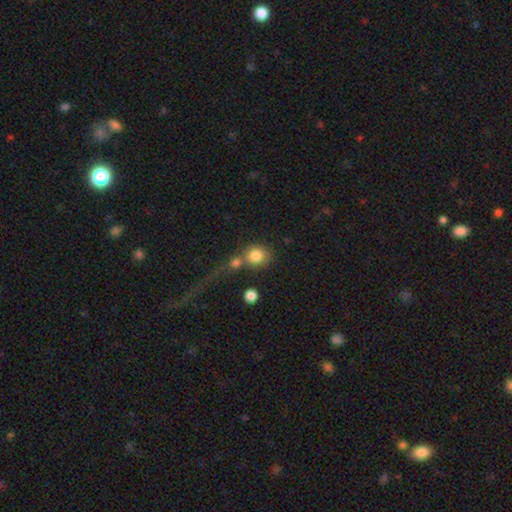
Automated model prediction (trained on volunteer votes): Morphology: type=smooth (81%); roundness=round (84%); merging=none (45%).